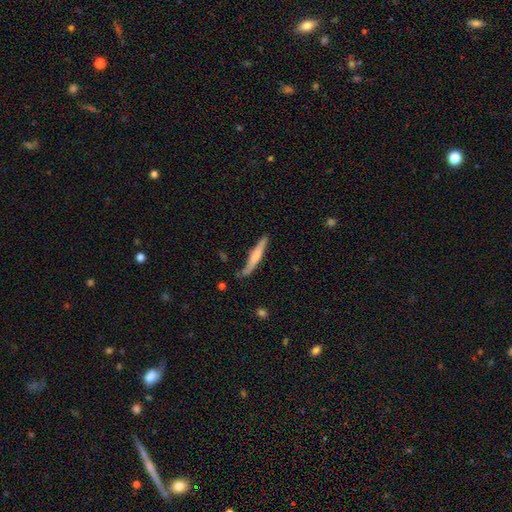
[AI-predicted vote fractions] Smooth or featured? Predicted: smooth (p=0.51). How rounded? Predicted: cigar-shaped (p=0.93). Merging? Predicted: none (p=0.74).